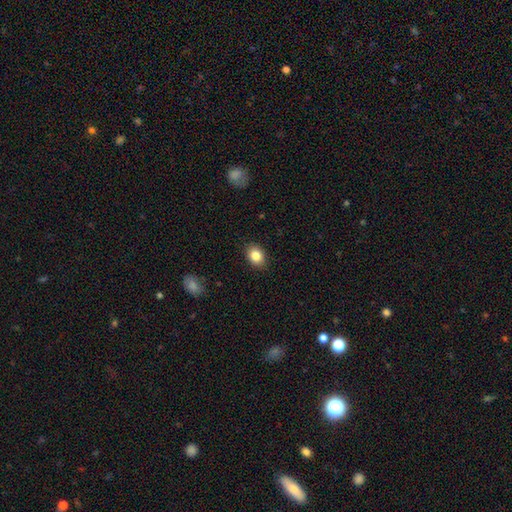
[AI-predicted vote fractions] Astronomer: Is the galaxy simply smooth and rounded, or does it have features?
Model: smooth — 85%.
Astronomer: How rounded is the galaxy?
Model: in between — 59% (runner-up: round, 40%).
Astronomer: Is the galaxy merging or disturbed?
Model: none — 89%.